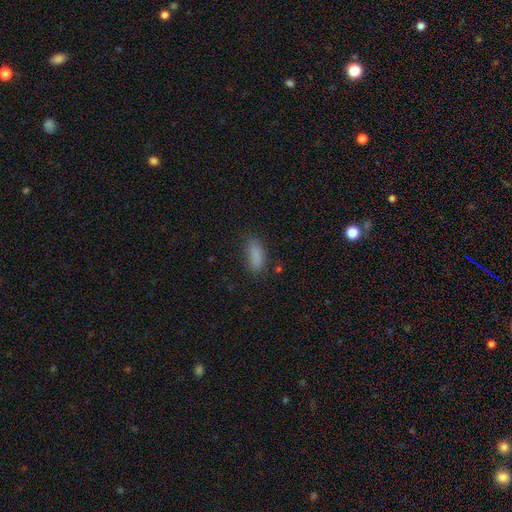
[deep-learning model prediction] This appears to be a smooth galaxy with no disk features (85%) that is in between round and cigar-shaped (80%). Merging: none (76%).